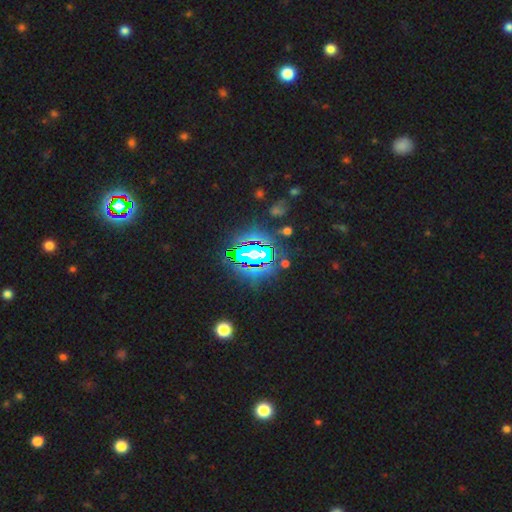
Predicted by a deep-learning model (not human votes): Smooth or featured? Predicted: star or artifact (p=0.82).